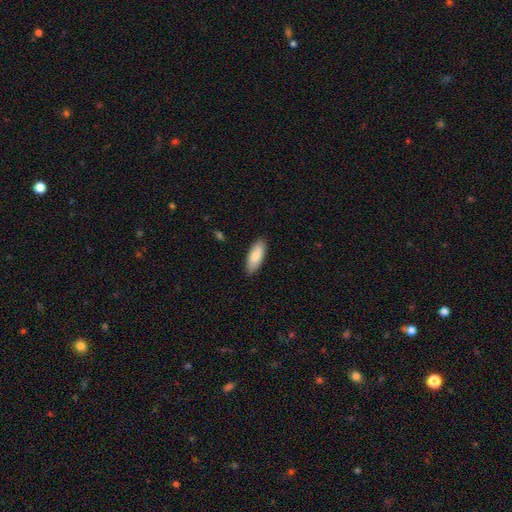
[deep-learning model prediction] The model was most divided on "how rounded": in between: 76%, cigar-shaped: 23%, round: 2%. More confident: merging — none (88%); smooth or featured — smooth (83%).